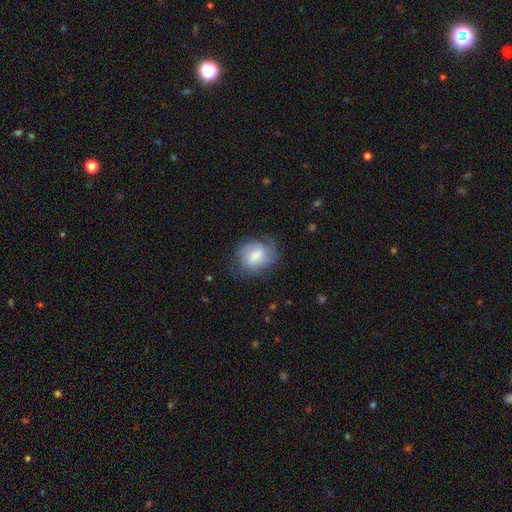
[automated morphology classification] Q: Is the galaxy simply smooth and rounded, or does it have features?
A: smooth — 49%.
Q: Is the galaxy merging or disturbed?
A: none — 60%.